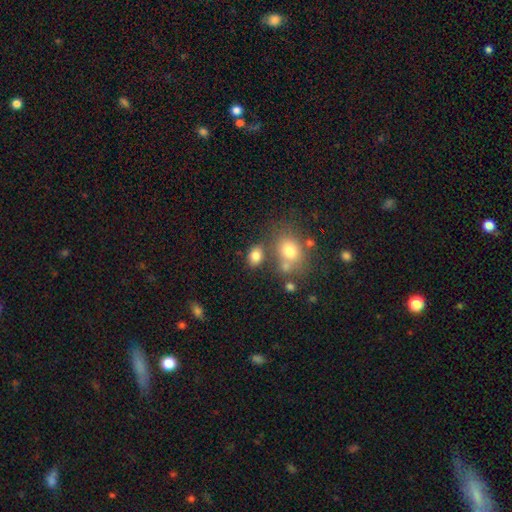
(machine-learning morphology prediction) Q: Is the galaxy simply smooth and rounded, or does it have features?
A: smooth — 81%.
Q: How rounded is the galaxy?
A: in between — 72%.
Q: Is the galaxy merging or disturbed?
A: none — 63%.